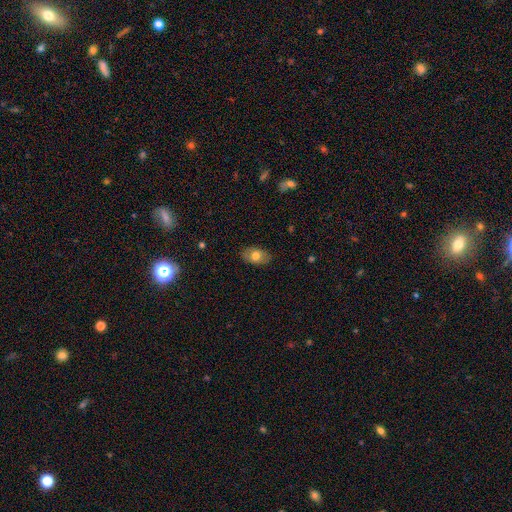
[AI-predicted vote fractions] This is likely a smooth galaxy (73%). How rounded: clearly in between (88%). Merging: clearly none (84%).